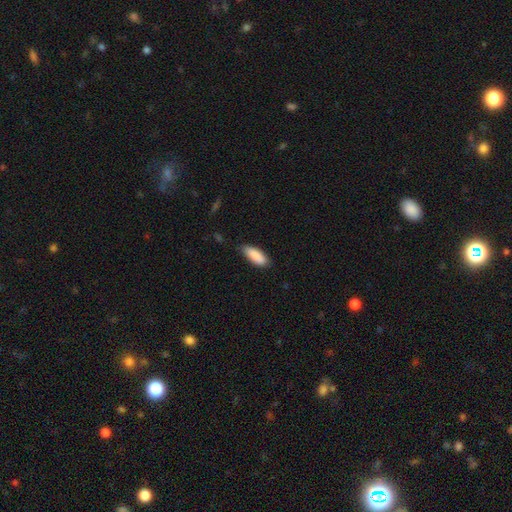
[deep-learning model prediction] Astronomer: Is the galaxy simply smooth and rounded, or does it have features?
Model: smooth — 89%.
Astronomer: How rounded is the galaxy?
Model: in between — 72%.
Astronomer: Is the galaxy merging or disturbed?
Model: none — 73%.